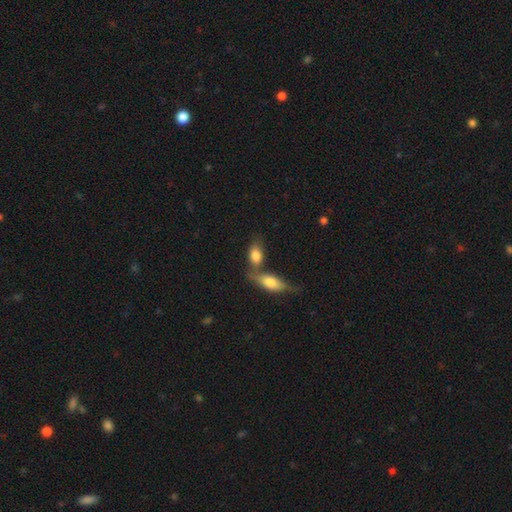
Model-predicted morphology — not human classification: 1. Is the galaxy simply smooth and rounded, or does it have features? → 81% smooth, 12% featured or disk, 6% star or artifact.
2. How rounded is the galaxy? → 85% in between, 8% round, 7% cigar-shaped.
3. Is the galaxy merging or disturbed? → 44% merger, 39% none, 12% minor disturbance, 5% major disturbance.